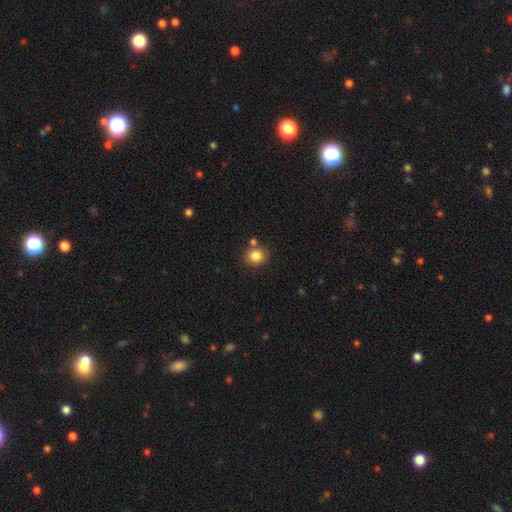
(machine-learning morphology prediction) Q: Smooth or featured?
A: smooth (83%); runner-up: star or artifact (10%)
Q: How rounded?
A: round (77%); runner-up: in between (22%)
Q: Merging?
A: none (74%); runner-up: merger (13%)